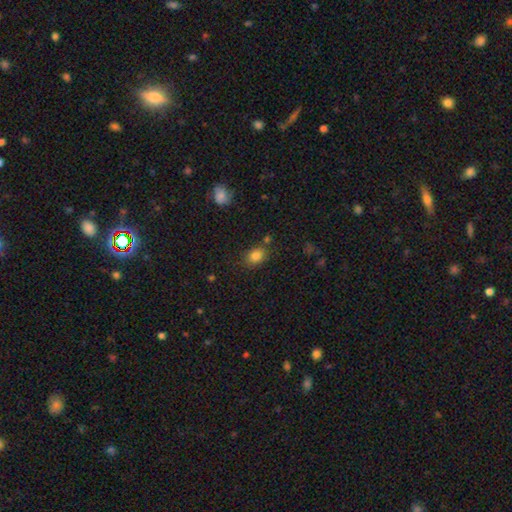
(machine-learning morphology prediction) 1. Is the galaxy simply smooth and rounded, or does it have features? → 83% smooth, 11% star or artifact, 7% featured or disk.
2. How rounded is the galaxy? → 63% in between, 36% round, 1% cigar-shaped.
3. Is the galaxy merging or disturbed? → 77% none, 13% minor disturbance, 6% merger, 4% major disturbance.